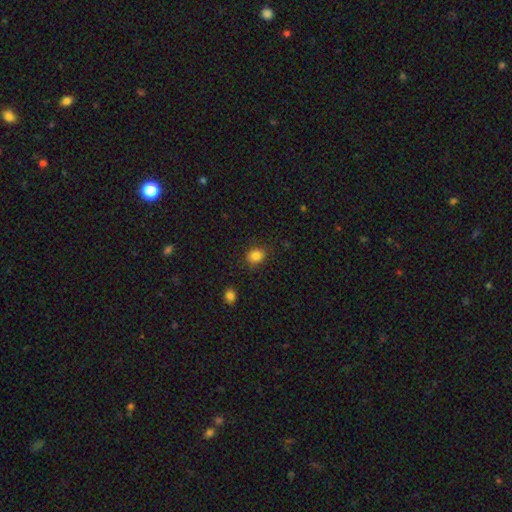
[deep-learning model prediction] A smooth galaxy with no disk features (84%) that is round (55%). Merging: none (84%).